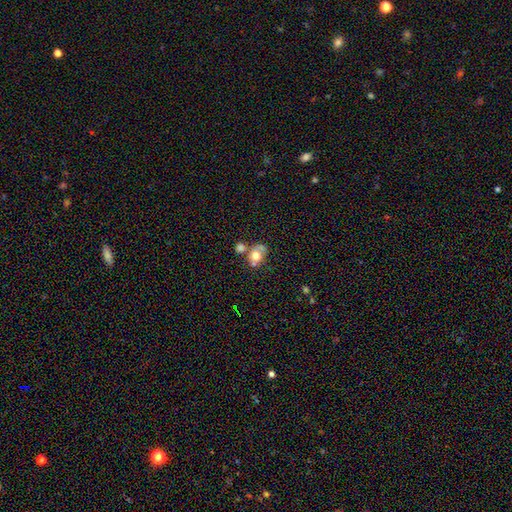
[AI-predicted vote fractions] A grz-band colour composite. It shows a smooth galaxy with no disk features (63%) that is in between round and cigar-shaped (51%). Merging: none (37%, tied with merger).